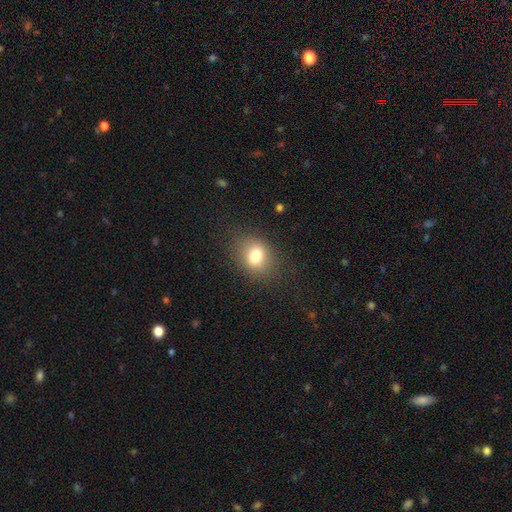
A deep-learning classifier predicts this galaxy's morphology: Smooth or featured: smooth — 77% (star or artifact — 12%)
How rounded: in between — 53% (round — 46%)
Merging: none — 81% (minor disturbance — 12%)